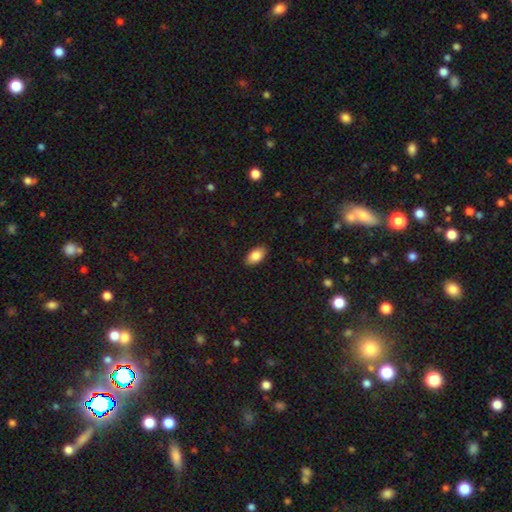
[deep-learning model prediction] A smooth galaxy with no disk features (84%) that is in between round and cigar-shaped (93%).

Vote fractions:
- Smooth or featured? smooth: 84% / featured or disk: 8% / star or artifact: 7%
- How rounded? in between: 93% / round: 4% / cigar-shaped: 3%
- Merging? none: 87% / minor disturbance: 9% / major disturbance: 2% / merger: 1%